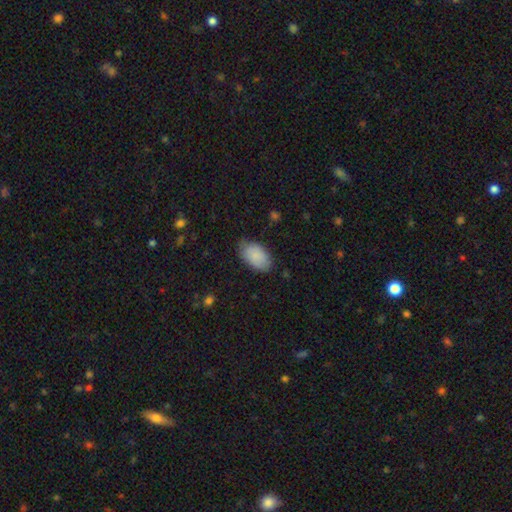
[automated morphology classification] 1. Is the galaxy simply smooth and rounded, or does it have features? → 88% smooth, 6% featured or disk, 6% star or artifact.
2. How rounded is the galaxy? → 94% in between, 4% round, 1% cigar-shaped.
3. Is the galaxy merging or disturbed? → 74% none, 21% minor disturbance, 4% major disturbance, 1% merger.